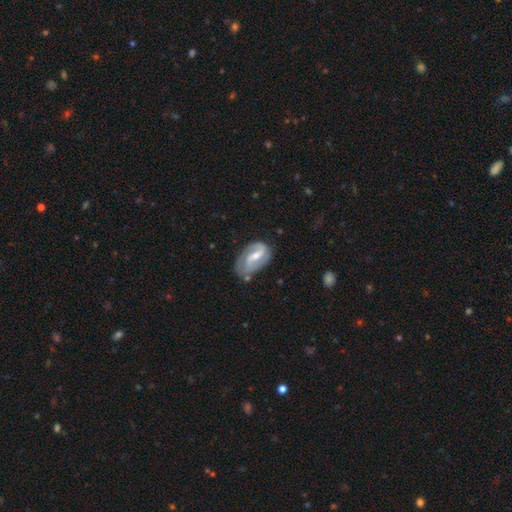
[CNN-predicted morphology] Overall: featured or disk (80%). Edge-on disk: no (97%). Bar: weak (45%; strong 36%). Spiral arms: yes (91%). Spiral arm count: 2 (78%). Spiral winding: medium (44%; loose 34%). Bulge size: moderate (50%; small 44%). Merging: none (57%; minor disturbance 28%).